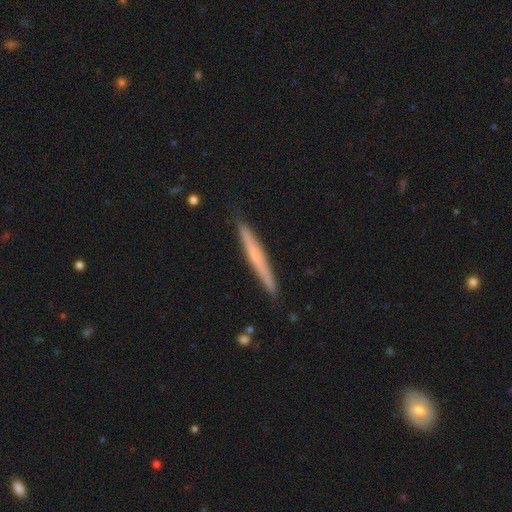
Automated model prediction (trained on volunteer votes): Q: Smooth or featured?
A: featured or disk (48%); runner-up: smooth (46%)
Q: Merging?
A: none (89%); runner-up: minor disturbance (9%)